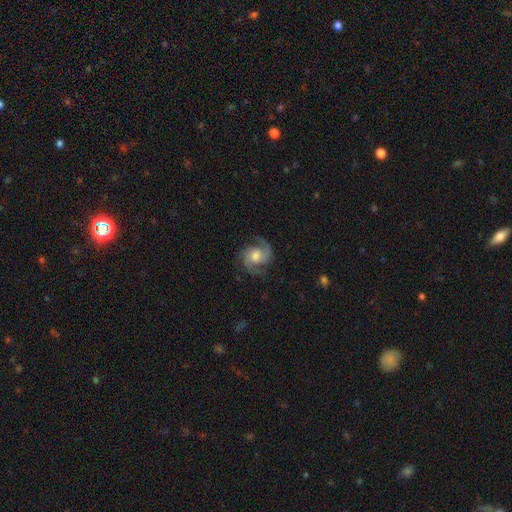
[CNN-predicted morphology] The model was most divided on "spiral winding": medium: 52%, tight: 32%, loose: 16%. More confident: edge-on disk — no (98%); spiral arms — yes (97%); smooth or featured — featured or disk (86%); merging — none (77%); bar — no (63%); spiral arm count — 2 (61%); bulge size — moderate (57%).